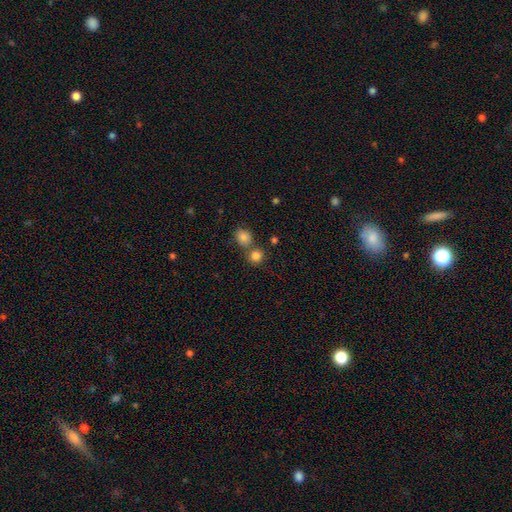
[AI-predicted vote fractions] Q: Smooth or featured?
A: smooth (82%); runner-up: star or artifact (12%)
Q: How rounded?
A: round (83%); runner-up: in between (16%)
Q: Merging?
A: none (59%); runner-up: merger (31%)